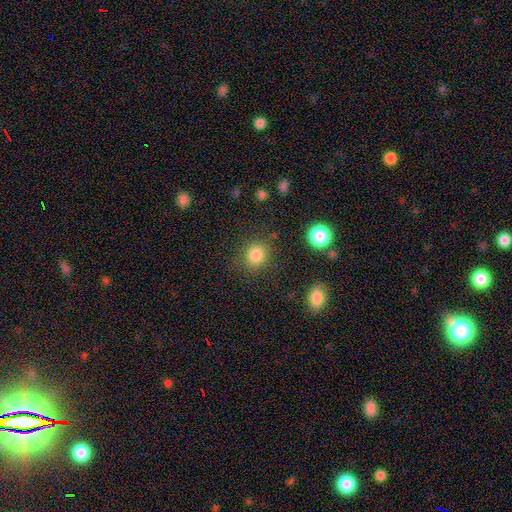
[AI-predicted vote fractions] Smooth or featured: smooth — 84% (star or artifact — 12%)
How rounded: round — 78% (in between — 21%)
Merging: none — 82% (minor disturbance — 10%)